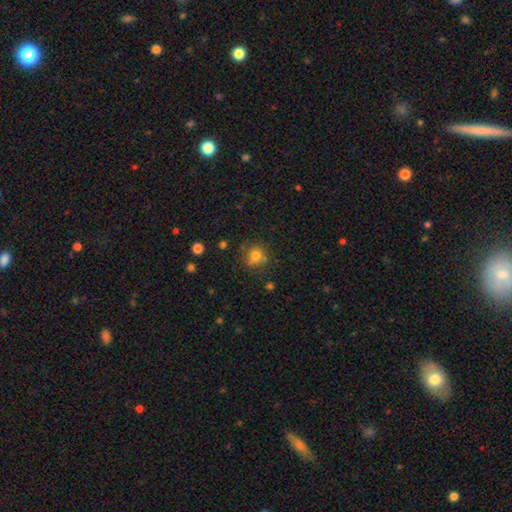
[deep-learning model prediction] Smooth or featured? smooth (79%)
How rounded? round (86%)
Merging? none (76%)